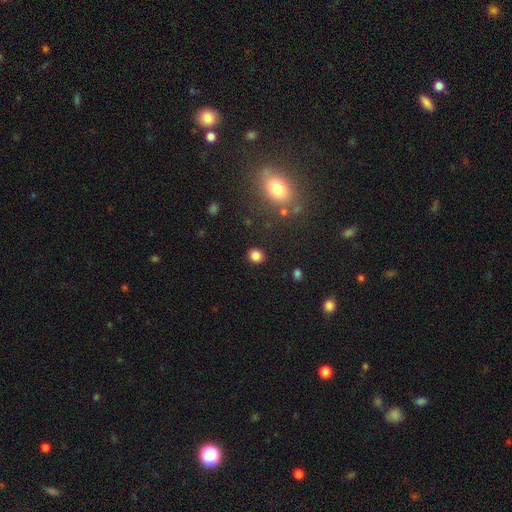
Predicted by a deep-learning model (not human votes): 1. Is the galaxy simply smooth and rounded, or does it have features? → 84% smooth, 12% star or artifact, 4% featured or disk.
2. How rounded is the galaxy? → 72% round, 27% in between, 1% cigar-shaped.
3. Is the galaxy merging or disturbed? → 88% none, 7% minor disturbance, 3% major disturbance, 2% merger.